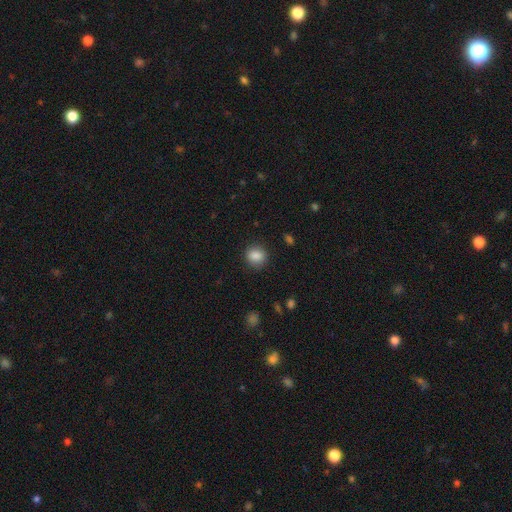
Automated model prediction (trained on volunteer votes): Smooth or featured?
  - smooth: 87% *
  - star or artifact: 9%
  - featured or disk: 4%
How rounded?
  - round: 74% *
  - in between: 25%
  - cigar-shaped: 1%
Merging?
  - none: 85% *
  - minor disturbance: 11%
  - major disturbance: 3%
  - merger: 1%